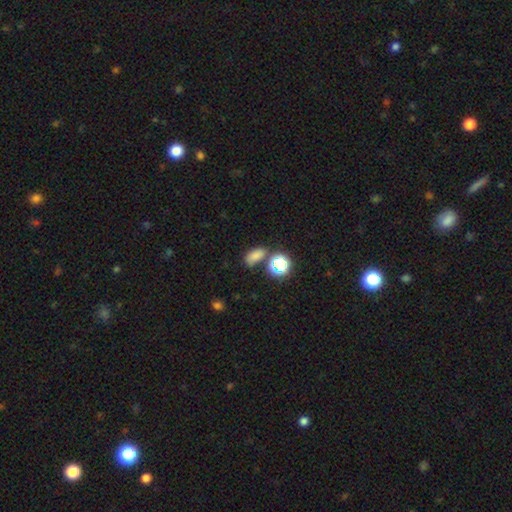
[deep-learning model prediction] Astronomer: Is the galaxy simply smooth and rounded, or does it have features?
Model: smooth — 71%.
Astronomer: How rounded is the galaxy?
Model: in between — 83%.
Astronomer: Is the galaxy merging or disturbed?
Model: none — 64%.